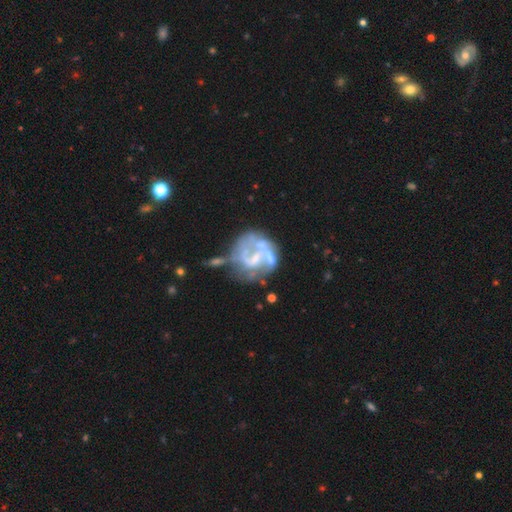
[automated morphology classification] Q: Smooth or featured?
A: featured or disk (74%); runner-up: smooth (17%)
Q: Edge-on disk?
A: no (98%); runner-up: yes (2%)
Q: Bar?
A: no (58%); runner-up: weak (30%)
Q: Spiral arms?
A: no (56%); runner-up: yes (44%)
Q: Bulge size?
A: none (42%); runner-up: small (30%)
Q: Merging?
A: none (34%); runner-up: major disturbance (29%)